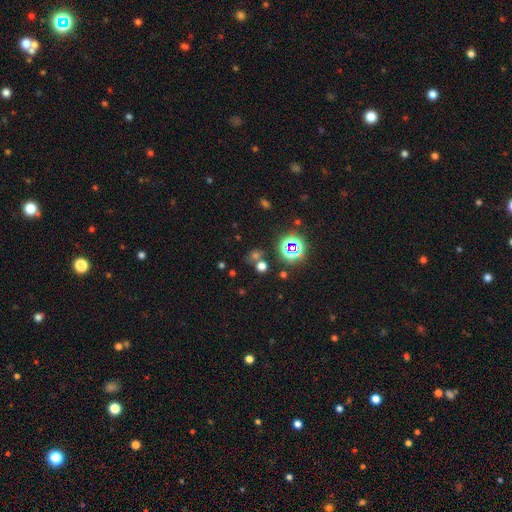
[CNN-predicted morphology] The model was most divided on "smooth or featured": star or artifact: 52%, smooth: 39%, featured or disk: 9%.